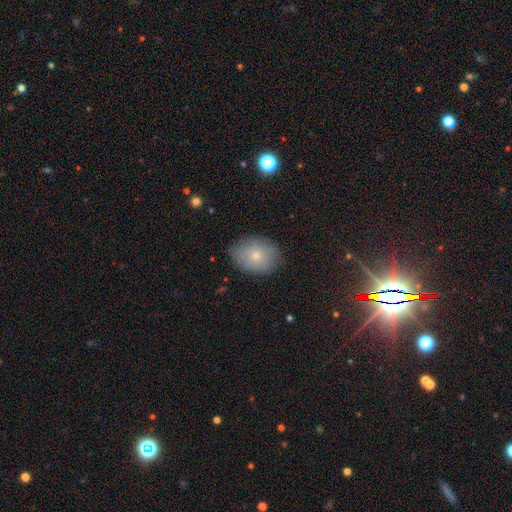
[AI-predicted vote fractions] This appears to be a smooth galaxy with no disk features (76%) that is in between round and cigar-shaped (70%). Merging: none (80%).